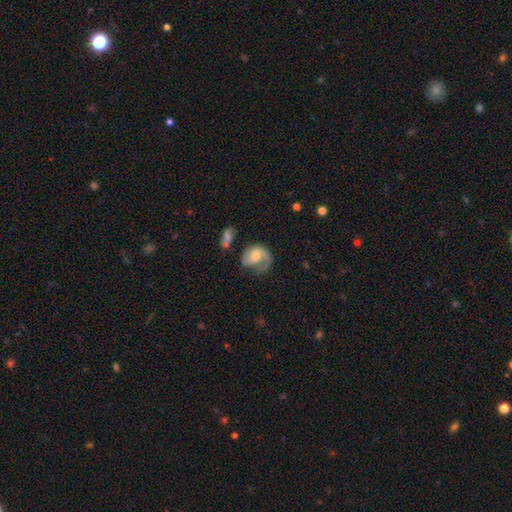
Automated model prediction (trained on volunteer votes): Smooth or featured? Predicted: featured or disk (p=0.65). Edge-on disk? Predicted: no (p=0.98). Bar? Predicted: no (p=0.68). Spiral arms? Predicted: yes (p=0.87). Spiral winding? Predicted: medium (p=0.39). Spiral arm count? Predicted: 1 (p=0.68). Bulge size? Predicted: small (p=0.43). Merging? Predicted: none (p=0.40).